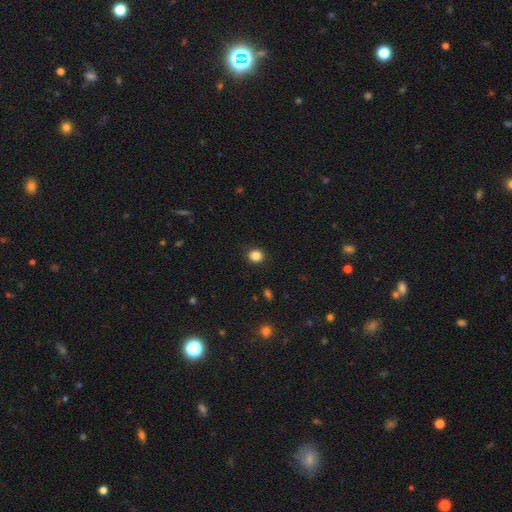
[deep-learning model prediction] Smooth or featured: smooth — 85% (star or artifact — 11%)
How rounded: round — 79% (in between — 20%)
Merging: none — 90% (minor disturbance — 7%)